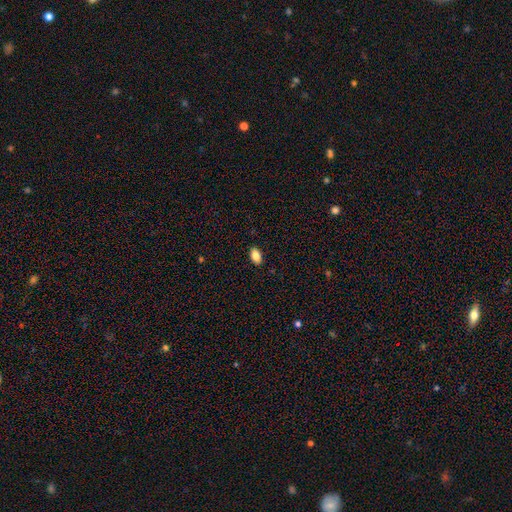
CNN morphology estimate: smooth_or_featured: smooth (p=0.84) [alt: featured or disk p=0.08]
how_rounded: in between (p=0.91) [alt: round p=0.07]
merging: none (p=0.89) [alt: minor disturbance p=0.08]